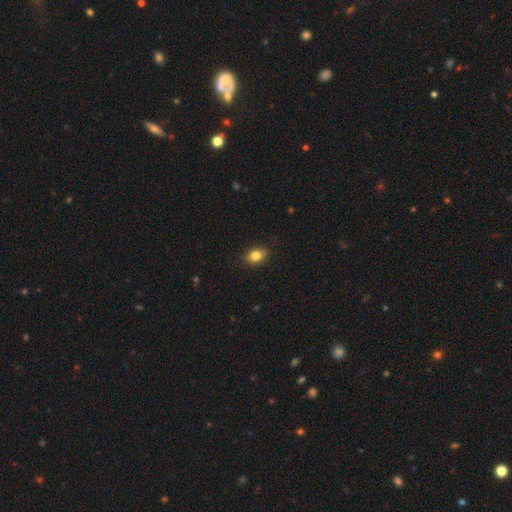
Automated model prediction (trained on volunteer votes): Smooth or featured?
  - smooth: 83% *
  - star or artifact: 9%
  - featured or disk: 7%
How rounded?
  - in between: 72% *
  - round: 27%
  - cigar-shaped: 2%
Merging?
  - none: 85% *
  - minor disturbance: 12%
  - major disturbance: 2%
  - merger: 1%